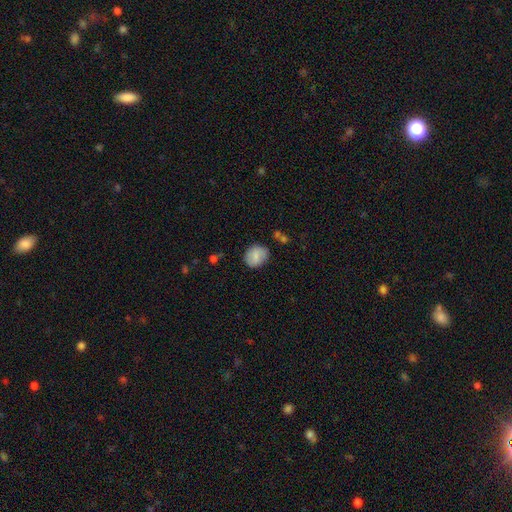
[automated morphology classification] Smooth or featured: smooth — 77% (featured or disk — 16%)
How rounded: round — 63% (in between — 36%)
Merging: none — 79% (minor disturbance — 14%)